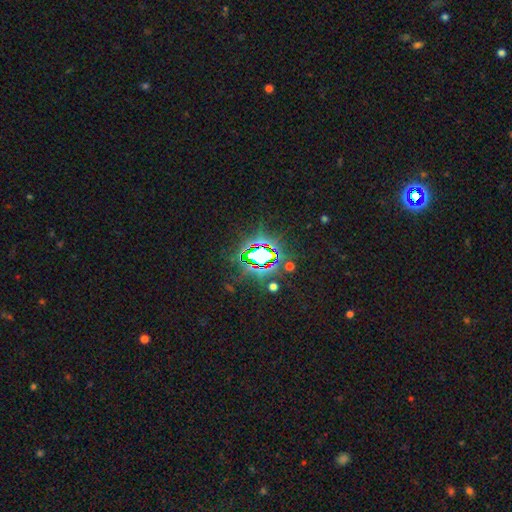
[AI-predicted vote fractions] Overall: star or artifact (76%).